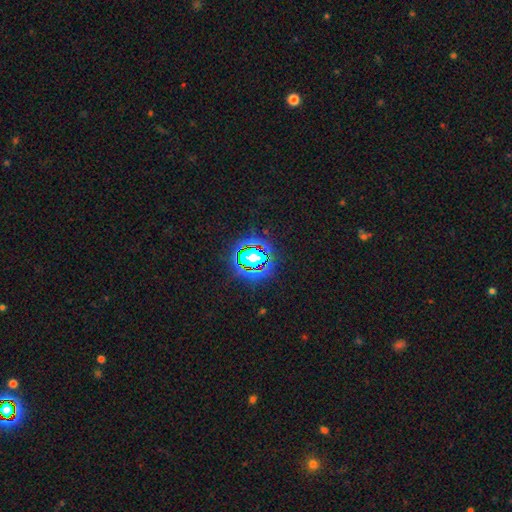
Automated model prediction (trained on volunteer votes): The model was most divided on "smooth or featured": star or artifact: 66%, smooth: 21%, featured or disk: 13%.